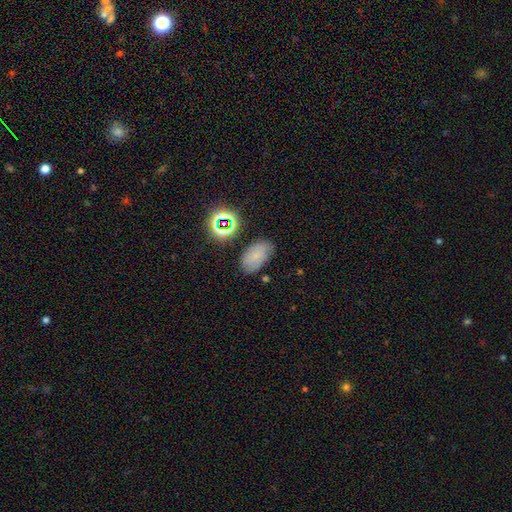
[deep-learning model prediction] Smooth or featured? smooth (64%)
How rounded? in between (91%)
Merging? none (78%)